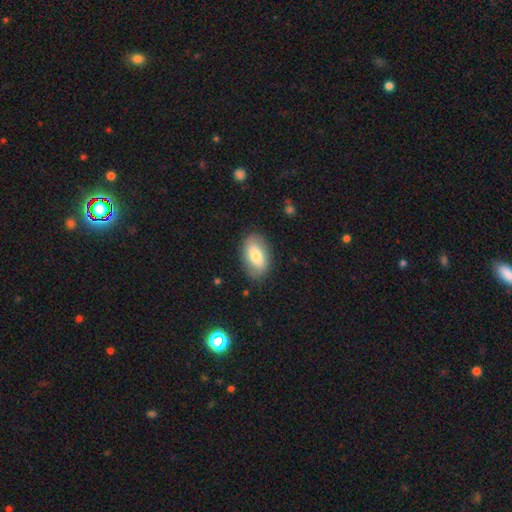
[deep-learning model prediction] smooth_or_featured: smooth (p=0.69) [alt: featured or disk p=0.24]
how_rounded: in between (p=0.92) [alt: round p=0.06]
merging: none (p=0.82) [alt: minor disturbance p=0.13]